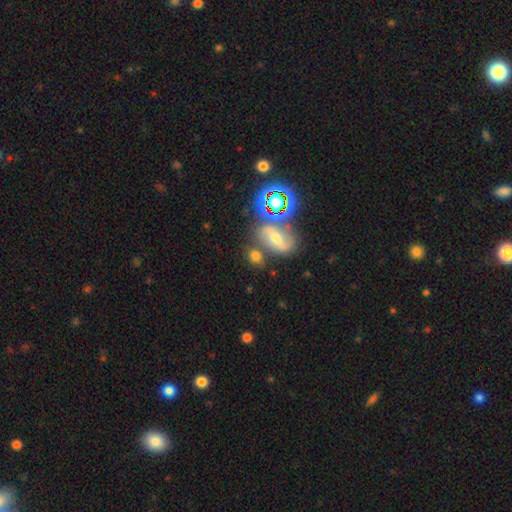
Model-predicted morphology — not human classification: A smooth galaxy with no disk features (50%) that is in between round and cigar-shaped (58%).

Vote fractions:
- Smooth or featured? smooth: 50% / featured or disk: 26% / star or artifact: 24%
- How rounded? in between: 58% / round: 38% / cigar-shaped: 4%
- Merging? none: 60% / merger: 17% / minor disturbance: 16% / major disturbance: 7%